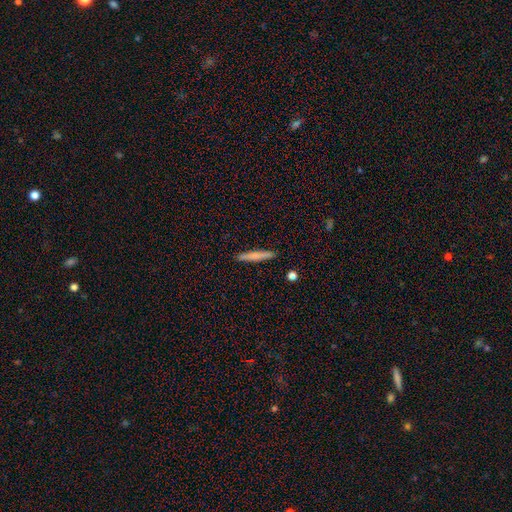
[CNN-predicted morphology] A smooth galaxy with no disk features (71%) that is cigar-shaped (95%).

Vote fractions:
- Smooth or featured? smooth: 71% / featured or disk: 23% / star or artifact: 6%
- How rounded? cigar-shaped: 95% / in between: 3% / round: 1%
- Merging? none: 90% / minor disturbance: 7% / merger: 2% / major disturbance: 2%